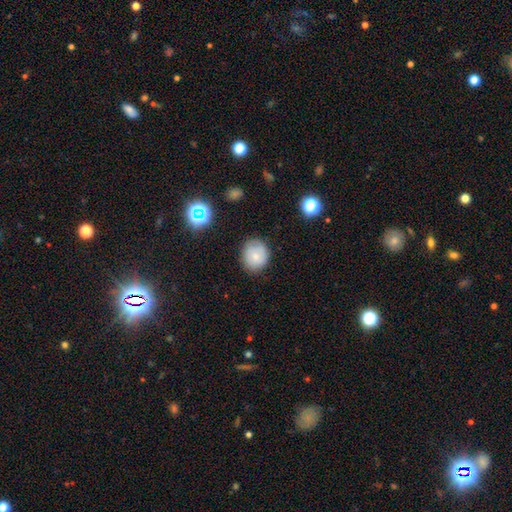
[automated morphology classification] Smooth or featured? smooth (74%)
How rounded? round (73%)
Merging? none (78%)